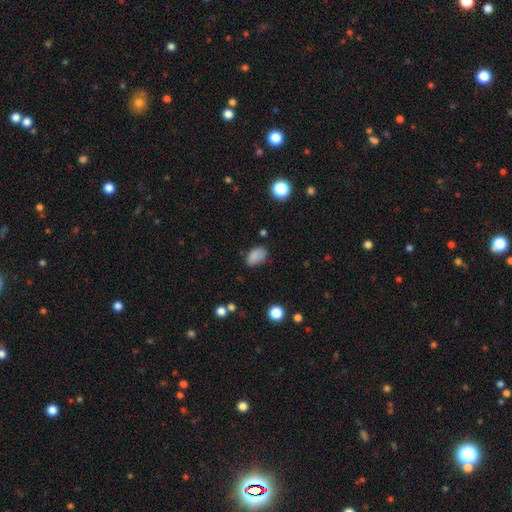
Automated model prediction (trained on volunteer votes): smooth_or_featured: smooth (p=0.84) [alt: star or artifact p=0.10]
how_rounded: in between (p=0.90) [alt: round p=0.09]
merging: none (p=0.67) [alt: minor disturbance p=0.25]